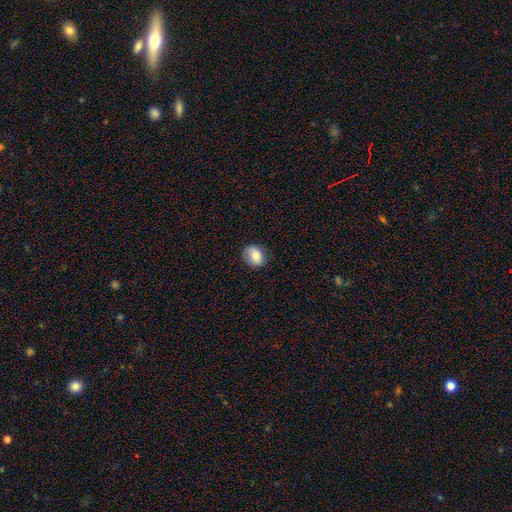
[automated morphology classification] A smooth galaxy with no disk features (74%) that is round (58%).

Vote fractions:
- Smooth or featured? smooth: 74% / featured or disk: 17% / star or artifact: 9%
- How rounded? round: 58% / in between: 41% / cigar-shaped: 1%
- Merging? none: 78% / minor disturbance: 17% / major disturbance: 4% / merger: 1%